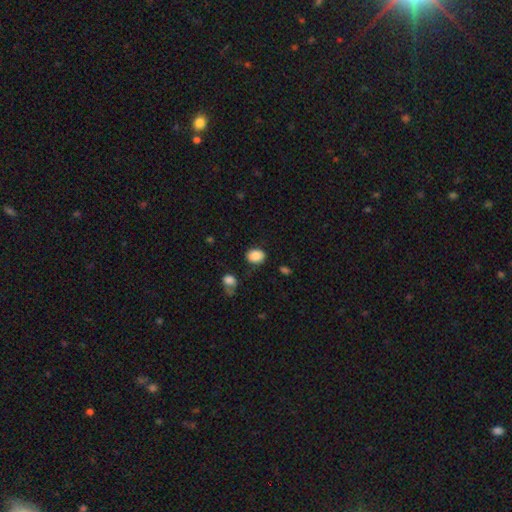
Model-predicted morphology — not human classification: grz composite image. It shows a smooth galaxy with no disk features (87%) that is in between round and cigar-shaped (57%). Merging: none (78%).